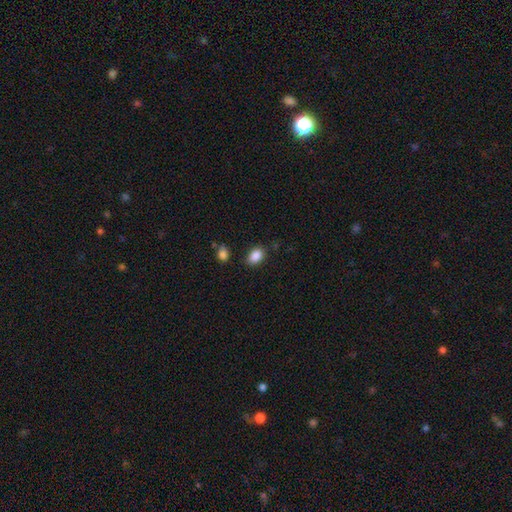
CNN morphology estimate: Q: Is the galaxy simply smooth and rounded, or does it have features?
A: smooth — 87%.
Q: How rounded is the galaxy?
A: in between — 81%.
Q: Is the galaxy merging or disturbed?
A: none — 81%.